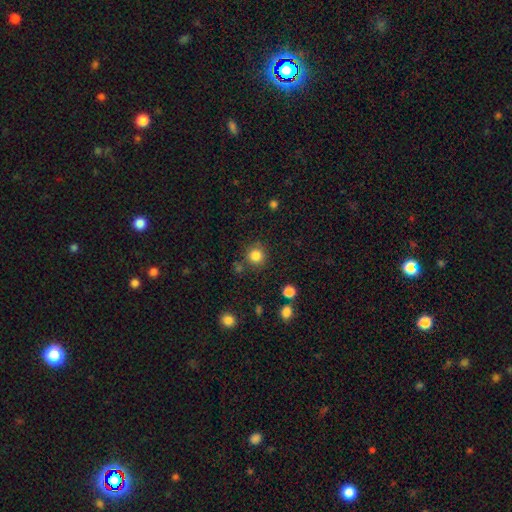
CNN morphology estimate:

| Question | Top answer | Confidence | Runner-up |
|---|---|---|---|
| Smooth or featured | smooth | 83% | star or artifact (12%) |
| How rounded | round | 92% | in between (7%) |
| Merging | none | 82% | minor disturbance (9%) |